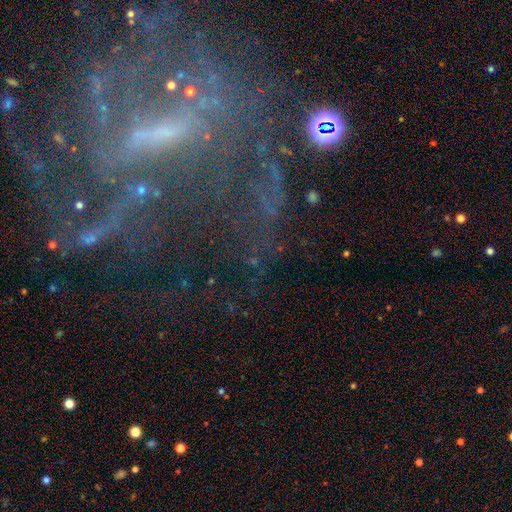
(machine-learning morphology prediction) smooth-or-featured: featured or disk: 58% | star or artifact: 27% | smooth: 14%
  disk-edge-on: no: 85% | yes: 15%
  merging: none: 58% | major disturbance: 20% | minor disturbance: 15% | merger: 6%